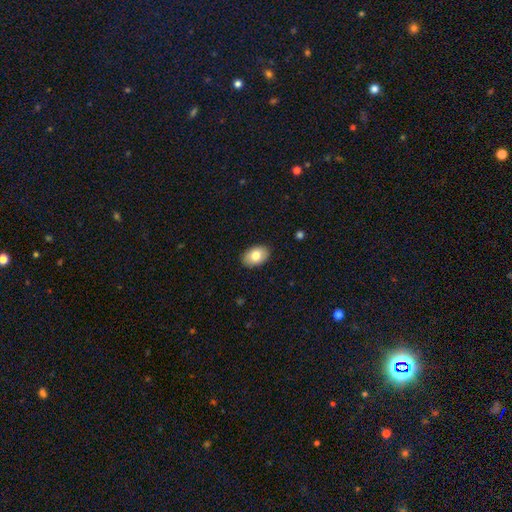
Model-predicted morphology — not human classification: type=smooth (80%); roundness=in between (88%); merging=none (88%).